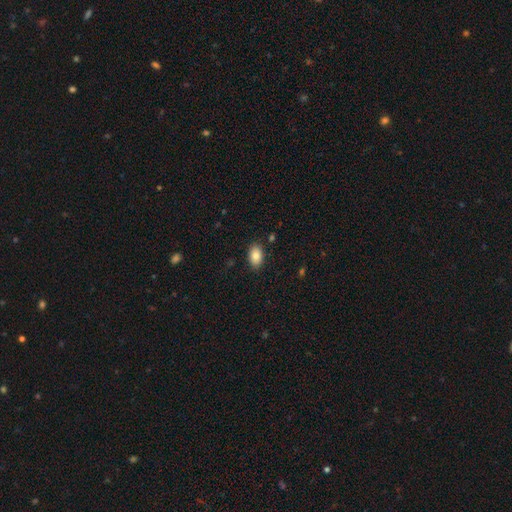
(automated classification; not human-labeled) This is clearly a smooth galaxy (84%). How rounded: clearly in between (90%). Merging: clearly none (87%).